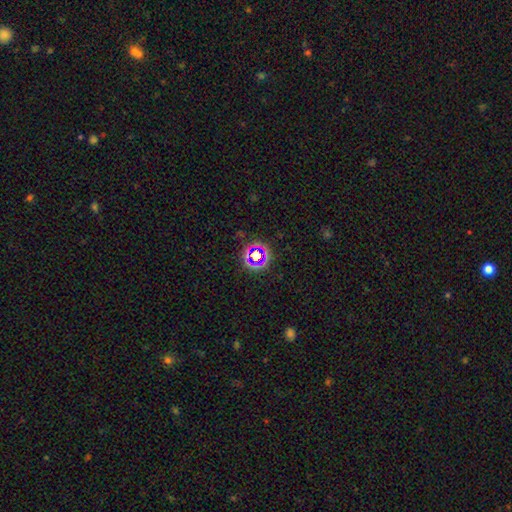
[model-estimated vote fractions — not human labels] This is likely a star or artifact rather than a galaxy (64%).